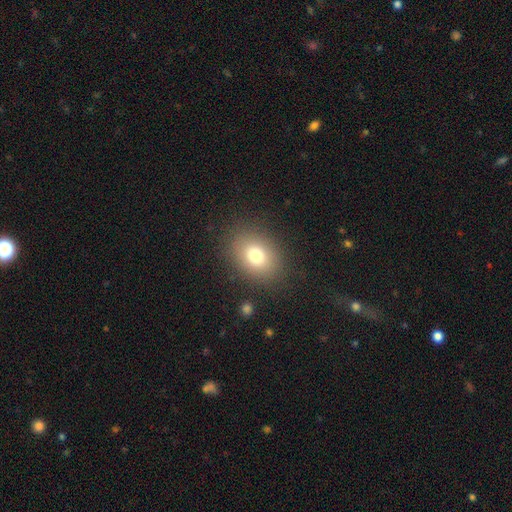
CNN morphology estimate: smooth 77%, star or artifact 12%, featured or disk 11%. Down the decision tree: how rounded — in between (62%); merging — none (85%).